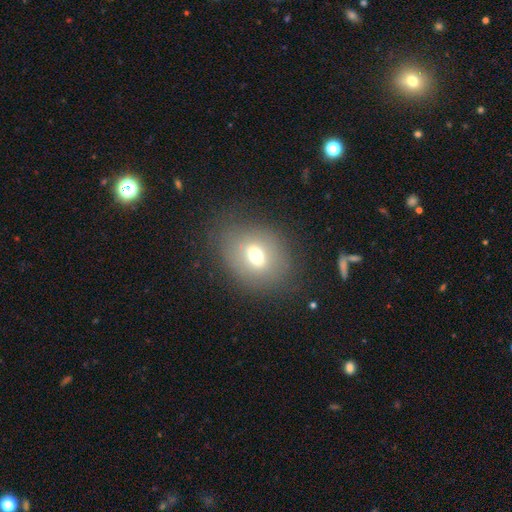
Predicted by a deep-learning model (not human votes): Overall: smooth (63%; featured or disk 24%). How rounded: in between (54%; round 44%). Merging: none (75%).